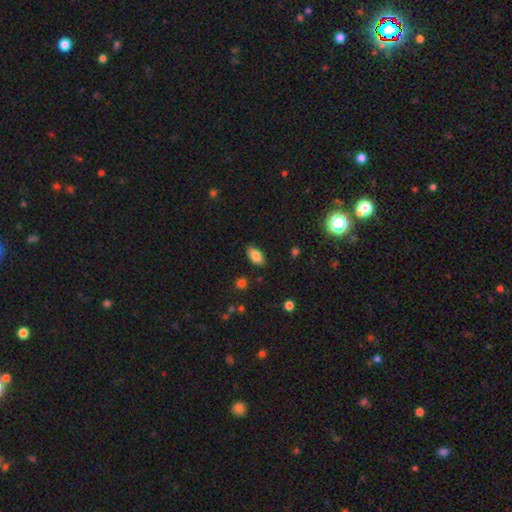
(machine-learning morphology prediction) smooth 84%, star or artifact 9%, featured or disk 7%. Down the decision tree: how rounded — in between (92%); merging — none (85%).